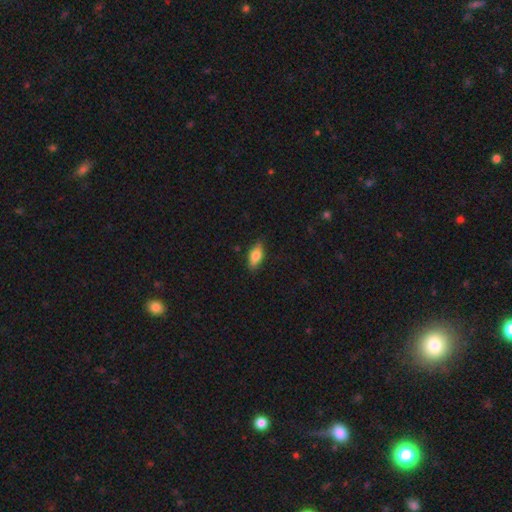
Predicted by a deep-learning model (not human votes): A smooth galaxy with no disk features (71%) that is in between round and cigar-shaped (76%). Merging: none (85%).